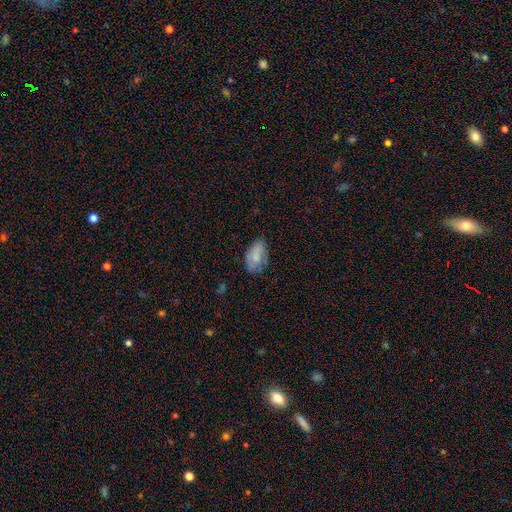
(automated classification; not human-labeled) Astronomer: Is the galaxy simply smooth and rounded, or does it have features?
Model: smooth — 71%.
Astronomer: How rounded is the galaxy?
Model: in between — 92%.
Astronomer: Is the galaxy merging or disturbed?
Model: none — 64%.